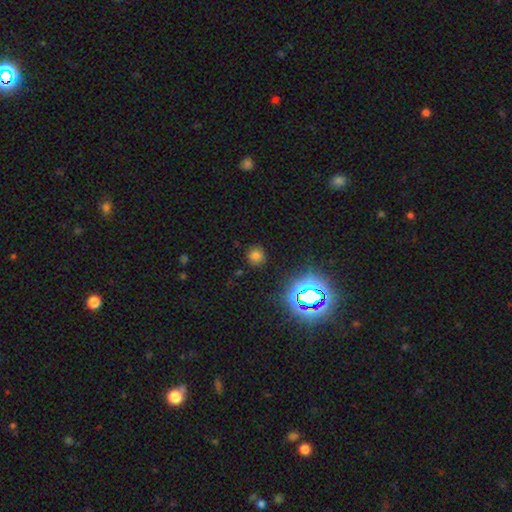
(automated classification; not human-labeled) Smooth or featured? smooth (68%)
How rounded? round (89%)
Merging? none (86%)